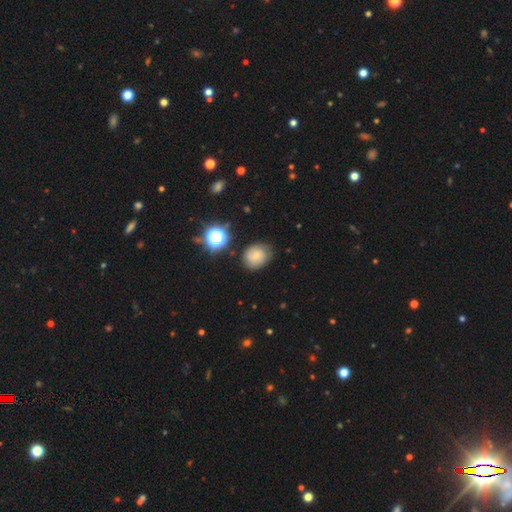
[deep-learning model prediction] Overall: smooth (53%; featured or disk 33%). How rounded: round (65%; in between 34%). Merging: none (71%).